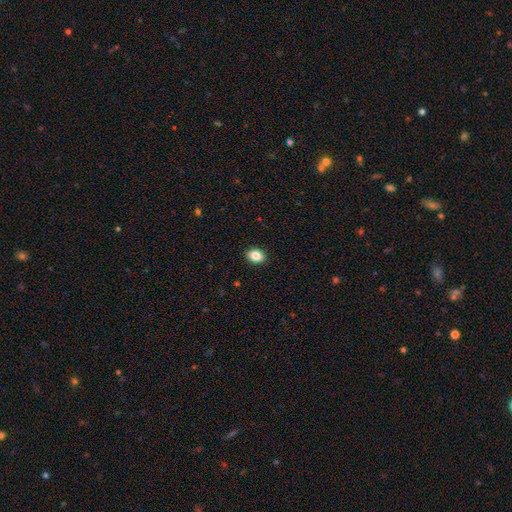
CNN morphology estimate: A smooth galaxy with no disk features (85%) that is in between round and cigar-shaped (73%). Merging: none (91%).